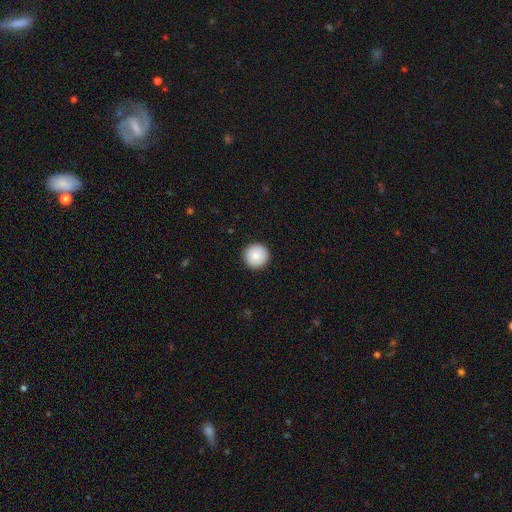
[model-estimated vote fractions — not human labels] Smooth or featured?
  - smooth: 84% *
  - featured or disk: 9%
  - star or artifact: 7%
How rounded?
  - round: 96% *
  - in between: 3%
  - cigar-shaped: 1%
Merging?
  - none: 93% *
  - minor disturbance: 5%
  - major disturbance: 1%
  - merger: 1%